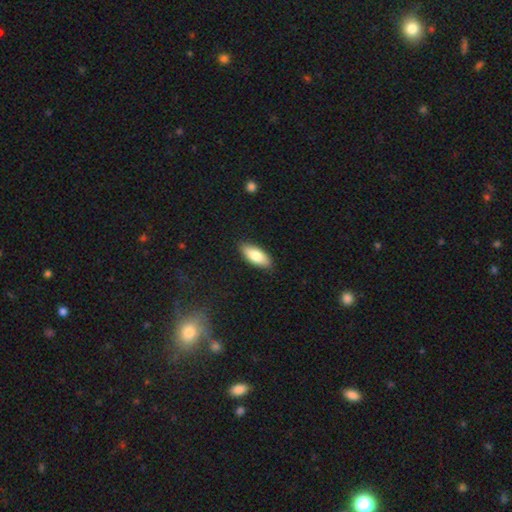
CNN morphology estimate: Smooth or featured?
  - smooth: 82% *
  - featured or disk: 13%
  - star or artifact: 6%
How rounded?
  - in between: 80% *
  - cigar-shaped: 18%
  - round: 2%
Merging?
  - none: 87% *
  - minor disturbance: 10%
  - major disturbance: 2%
  - merger: 1%